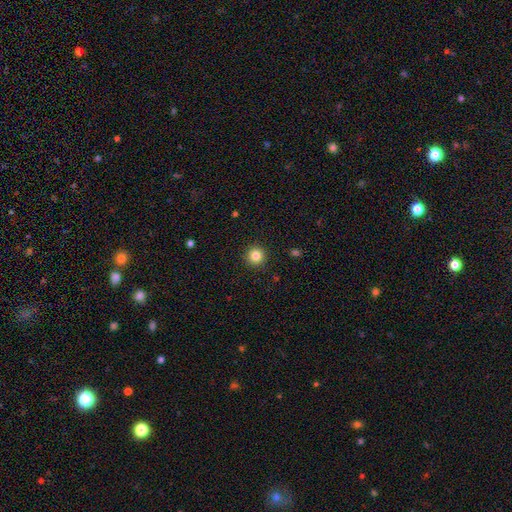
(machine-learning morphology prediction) Smooth or featured? smooth (83%)
How rounded? round (95%)
Merging? none (92%)